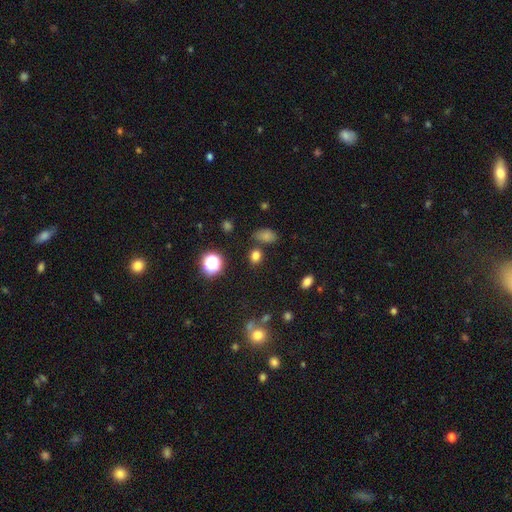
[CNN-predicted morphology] The model was most divided on "how rounded": round: 52%, in between: 47%, cigar-shaped: 2%. More confident: merging — none (76%); smooth or featured — smooth (72%).